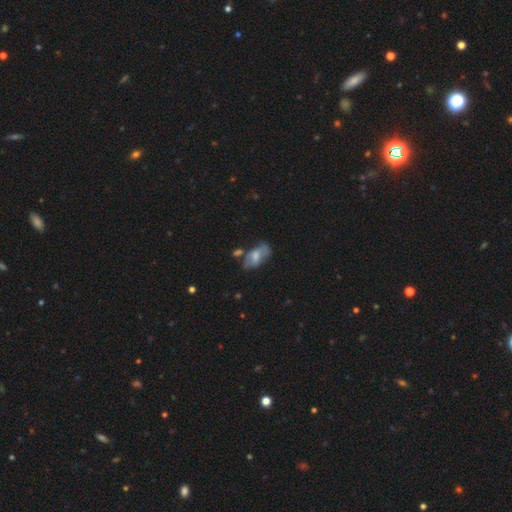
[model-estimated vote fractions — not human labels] smooth-or-featured: smooth: 51% | featured or disk: 40% | star or artifact: 9%
  how-rounded: in between: 90% | round: 6% | cigar-shaped: 4%
  merging: none: 43% | minor disturbance: 27% | major disturbance: 16% | merger: 14%